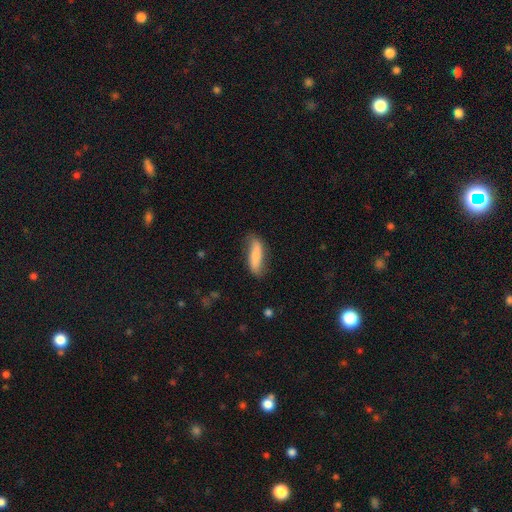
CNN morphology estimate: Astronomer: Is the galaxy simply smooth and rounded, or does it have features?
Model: smooth — 78%.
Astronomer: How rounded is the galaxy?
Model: cigar-shaped — 59% (runner-up: in between, 39%).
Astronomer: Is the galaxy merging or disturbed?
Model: none — 72%.